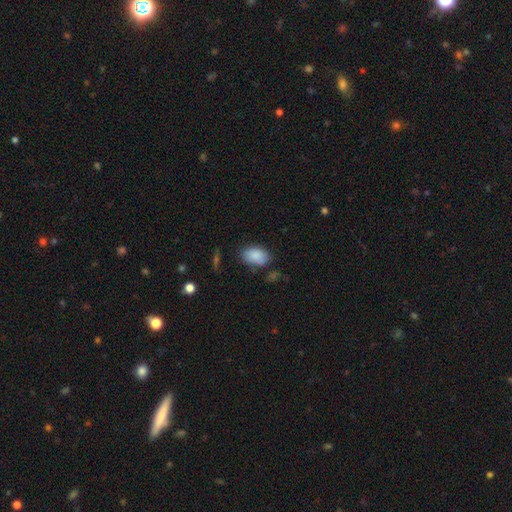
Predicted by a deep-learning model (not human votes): Morphology: type=smooth (88%); roundness=in between (87%); merging=none (74%).